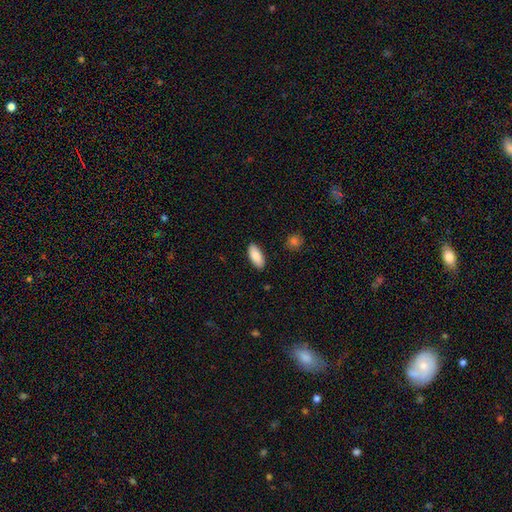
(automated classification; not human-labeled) Overall: smooth (87%). How rounded: in between (86%). Merging: none (88%).